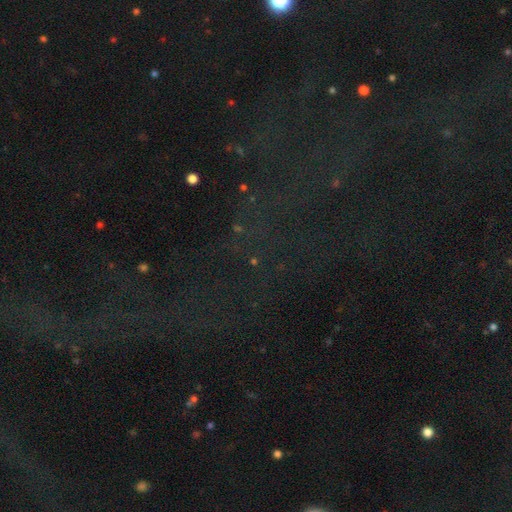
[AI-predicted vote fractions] Morphology: type=star or artifact (74%).